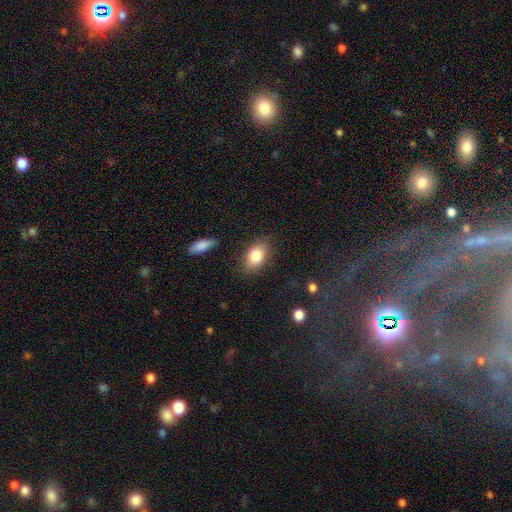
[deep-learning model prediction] smooth-or-featured: smooth: 82% | featured or disk: 10% | star or artifact: 8%
  how-rounded: in between: 87% | round: 11% | cigar-shaped: 2%
  merging: none: 83% | minor disturbance: 12% | major disturbance: 3% | merger: 2%